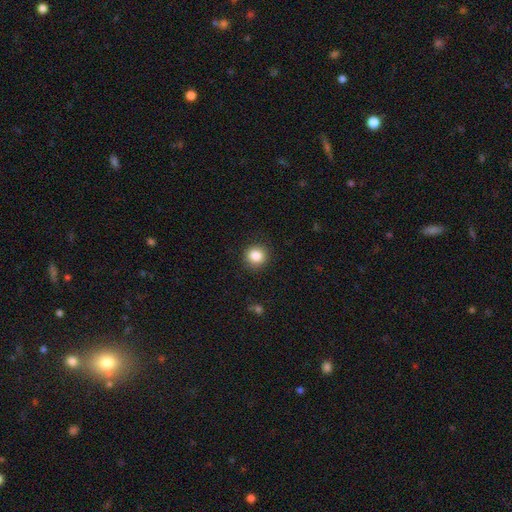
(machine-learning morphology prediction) Smooth or featured: smooth — 86% (star or artifact — 10%)
How rounded: round — 91% (in between — 8%)
Merging: none — 90% (minor disturbance — 7%)